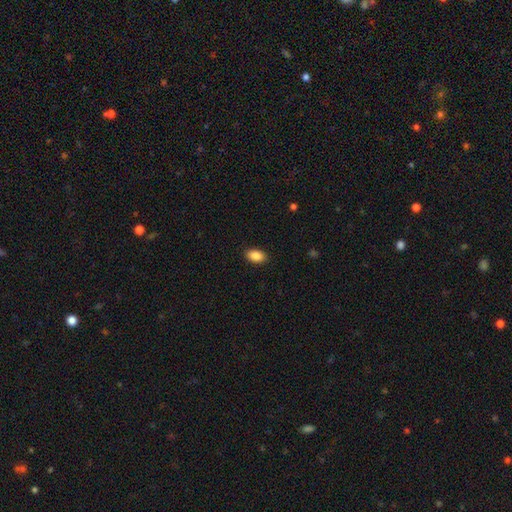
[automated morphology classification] A smooth galaxy with no disk features (89%) that is in between round and cigar-shaped (92%).

Vote fractions:
- Smooth or featured? smooth: 89% / star or artifact: 7% / featured or disk: 4%
- How rounded? in between: 92% / round: 6% / cigar-shaped: 2%
- Merging? none: 89% / minor disturbance: 8% / major disturbance: 2% / merger: 1%